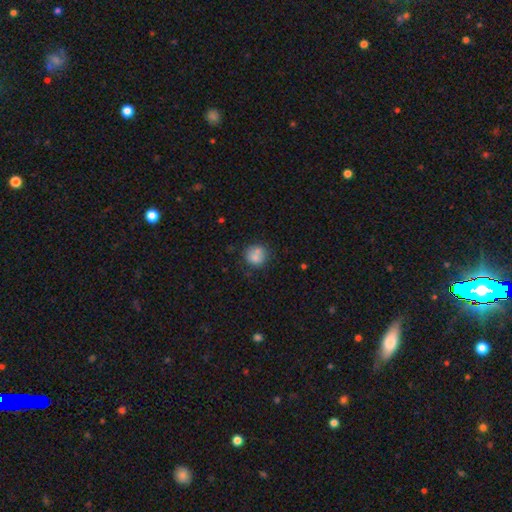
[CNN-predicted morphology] A smooth galaxy with no disk features (76%) that is round (85%). Merging: none (57%).